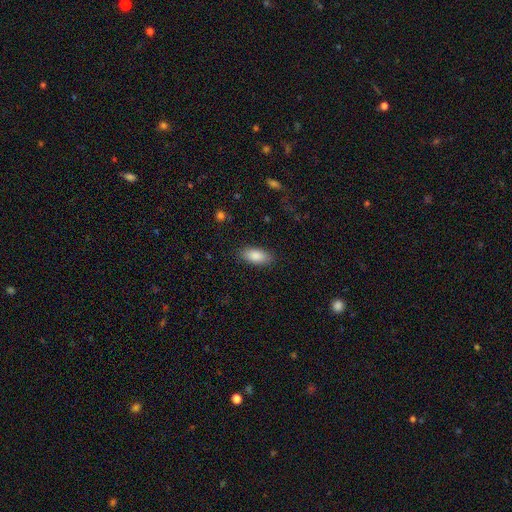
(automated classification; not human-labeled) smooth 88%, star or artifact 7%, featured or disk 6%. Down the decision tree: how rounded — in between (89%); merging — none (85%).